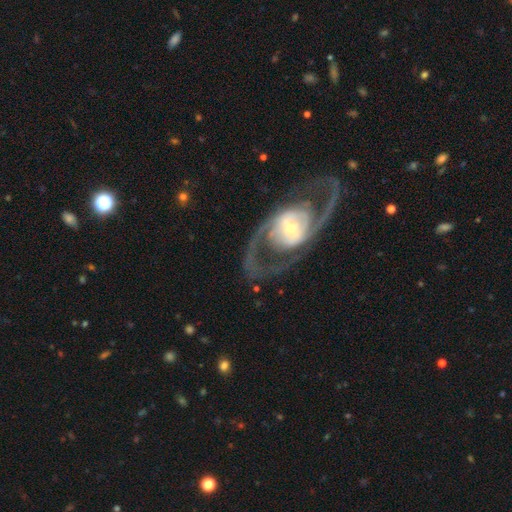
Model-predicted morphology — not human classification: The model was most divided on "bar": no: 47%, weak: 35%, strong: 18%. Remaining: edge-on disk — no (96%); spiral arms — yes (96%); spiral arm count — 2 (92%); smooth or featured — featured or disk (90%); merging — none (80%); spiral winding — medium (55%); bulge size — moderate (44%).